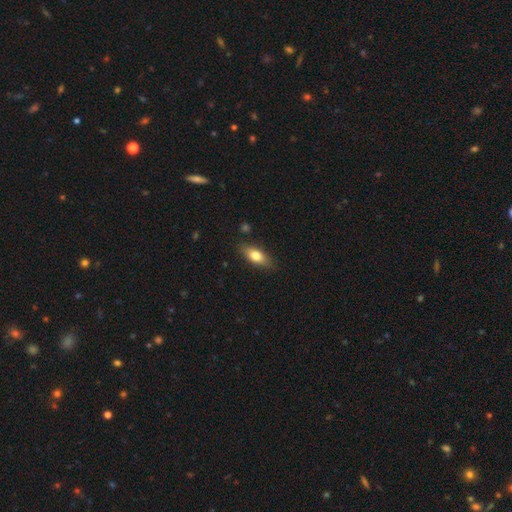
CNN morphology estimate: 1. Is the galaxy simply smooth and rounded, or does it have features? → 71% smooth, 22% featured or disk, 7% star or artifact.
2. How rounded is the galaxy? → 70% in between, 26% cigar-shaped, 4% round.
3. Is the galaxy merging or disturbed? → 83% none, 13% minor disturbance, 3% major disturbance, 2% merger.